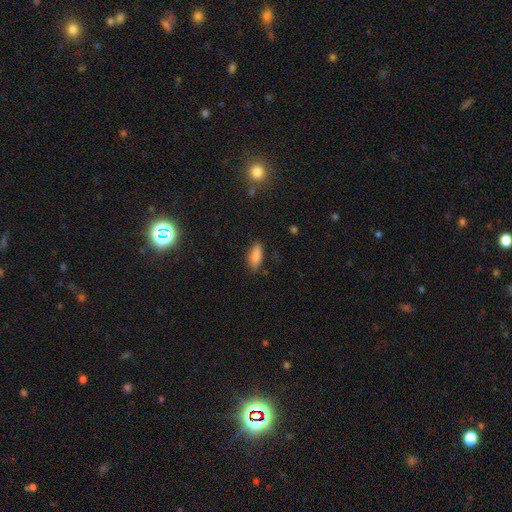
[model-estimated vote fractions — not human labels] Smooth or featured? Predicted: smooth (p=0.85). How rounded? Predicted: in between (p=0.75). Merging? Predicted: none (p=0.81).